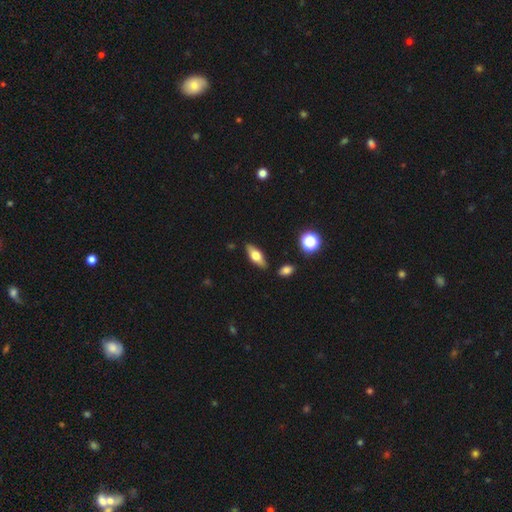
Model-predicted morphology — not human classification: smooth-or-featured: smooth: 51% | featured or disk: 41% | star or artifact: 8%
  how-rounded: in between: 67% | cigar-shaped: 29% | round: 4%
  merging: none: 85% | minor disturbance: 10% | merger: 3% | major disturbance: 2%